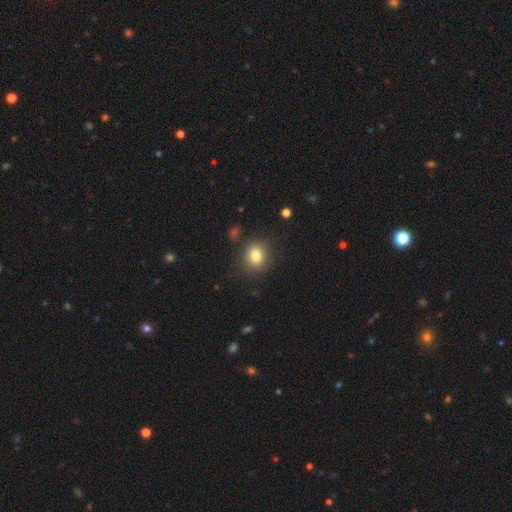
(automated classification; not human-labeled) smooth-or-featured: smooth: 81% | star or artifact: 11% | featured or disk: 8%
  how-rounded: round: 68% | in between: 31% | cigar-shaped: 1%
  merging: none: 84% | minor disturbance: 10% | major disturbance: 3% | merger: 2%